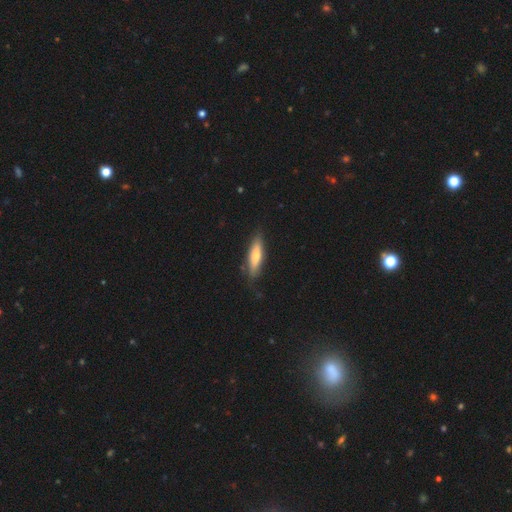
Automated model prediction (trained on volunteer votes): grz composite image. It shows a smooth galaxy with no disk features (63%) that is cigar-shaped (66%). Merging: none (80%).